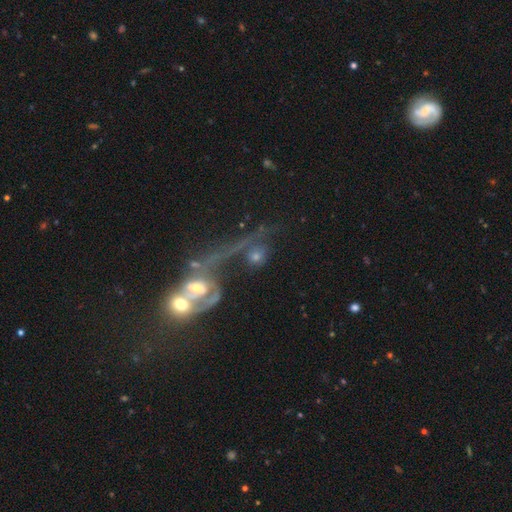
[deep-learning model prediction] featured or disk 50%, smooth 34%, star or artifact 16%. Down the decision tree: merging — merger (58%).